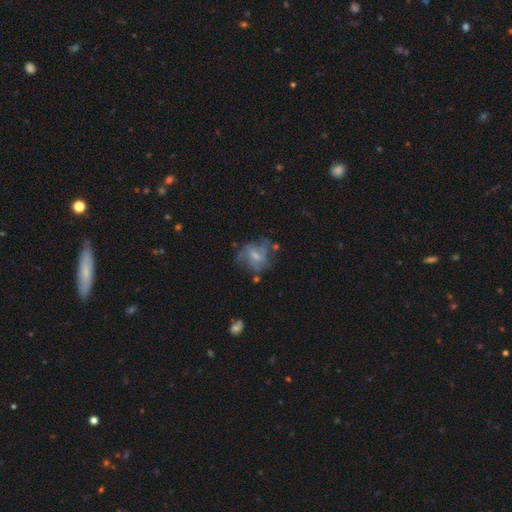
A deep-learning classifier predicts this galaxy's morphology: This is possibly a featured or disk galaxy (51%). It is clearly not viewed edge-on (96%). Merging: marginally none (43%).